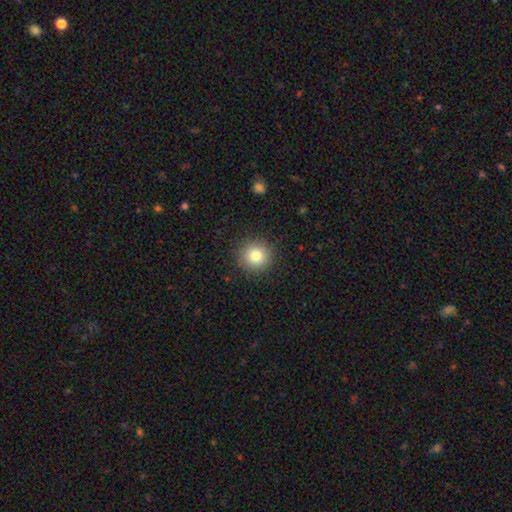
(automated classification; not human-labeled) This appears to be a smooth galaxy with no disk features (81%) that is round (94%). Merging: none (90%).